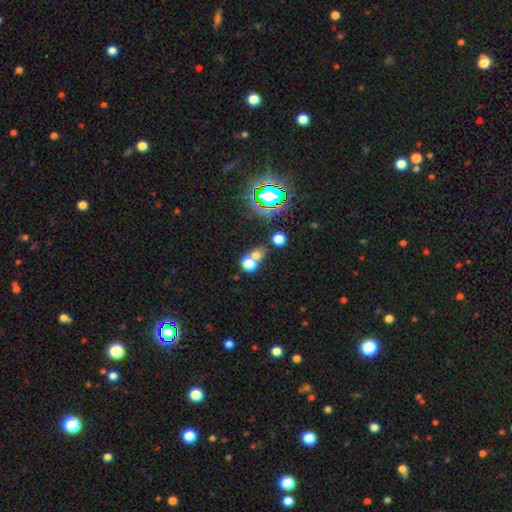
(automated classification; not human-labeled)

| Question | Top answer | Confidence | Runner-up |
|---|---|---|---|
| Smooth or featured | smooth | 64% | star or artifact (25%) |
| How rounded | round | 68% | in between (30%) |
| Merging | merger | 47% | none (43%) |